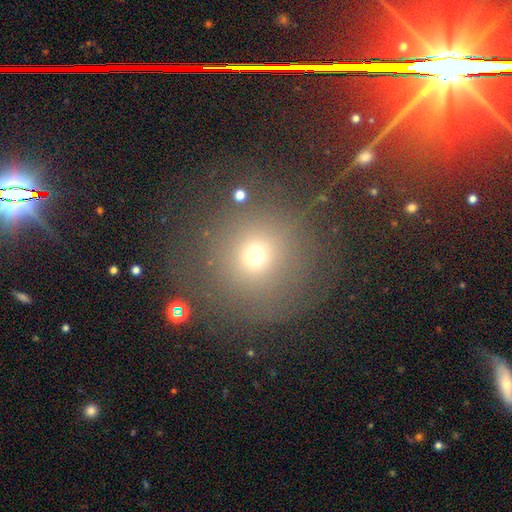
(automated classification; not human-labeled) A smooth galaxy with no disk features (65%) that is round (93%). Merging: none (73%).